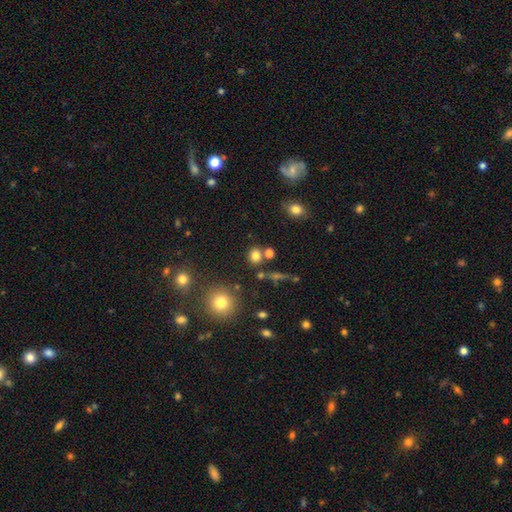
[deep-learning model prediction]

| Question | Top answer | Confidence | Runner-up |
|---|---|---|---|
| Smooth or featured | smooth | 78% | star or artifact (15%) |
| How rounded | round | 72% | in between (26%) |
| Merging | none | 73% | merger (14%) |